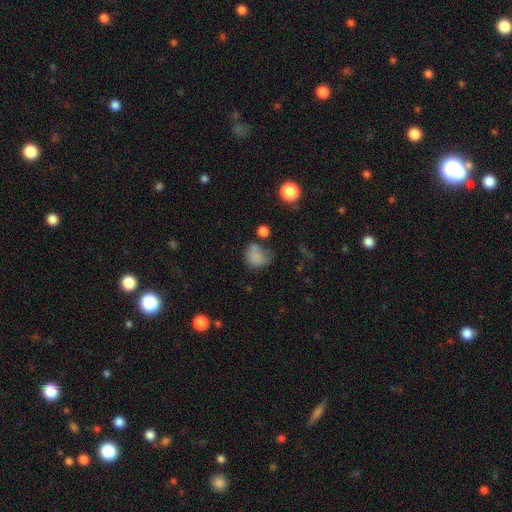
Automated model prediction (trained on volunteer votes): Smooth or featured?
  - smooth: 75% *
  - star or artifact: 14%
  - featured or disk: 11%
How rounded?
  - round: 53% *
  - in between: 45%
  - cigar-shaped: 1%
Merging?
  - none: 39% *
  - minor disturbance: 27%
  - major disturbance: 23%
  - merger: 11%